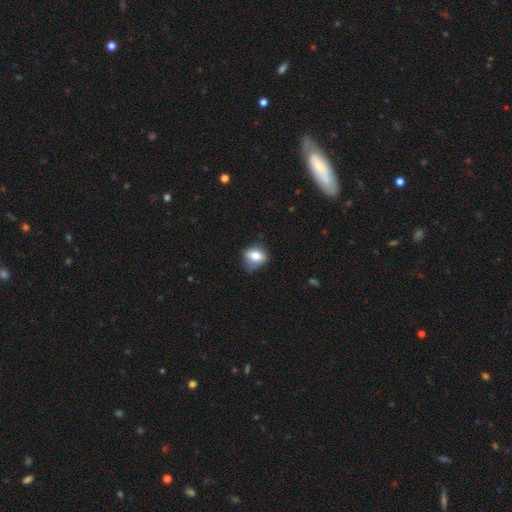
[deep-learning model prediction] This appears to be a smooth galaxy with no disk features (75%) that is round (56%). Merging: none (60%).